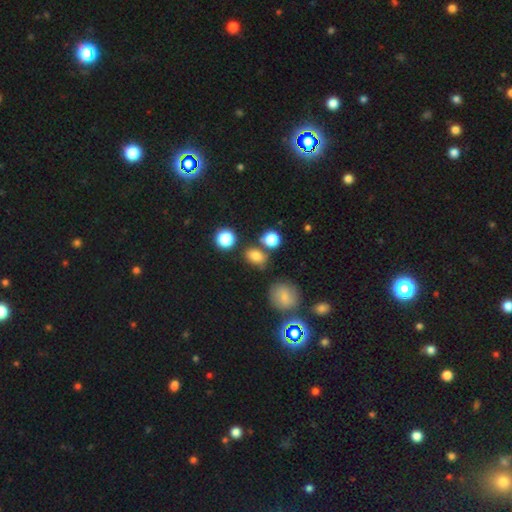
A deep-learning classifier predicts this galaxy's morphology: Smooth or featured?
  - smooth: 76% *
  - star or artifact: 16%
  - featured or disk: 8%
How rounded?
  - in between: 65% *
  - round: 34%
  - cigar-shaped: 2%
Merging?
  - none: 71% *
  - minor disturbance: 13%
  - merger: 11%
  - major disturbance: 5%